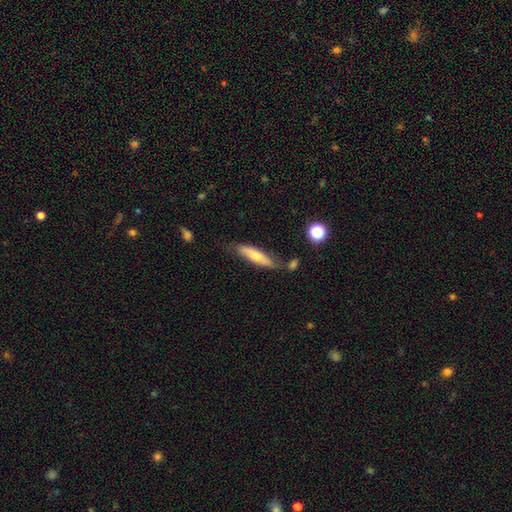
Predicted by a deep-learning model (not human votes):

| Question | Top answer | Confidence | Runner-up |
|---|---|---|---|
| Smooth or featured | smooth | 59% | featured or disk (35%) |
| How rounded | cigar-shaped | 69% | in between (29%) |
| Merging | none | 64% | minor disturbance (23%) |